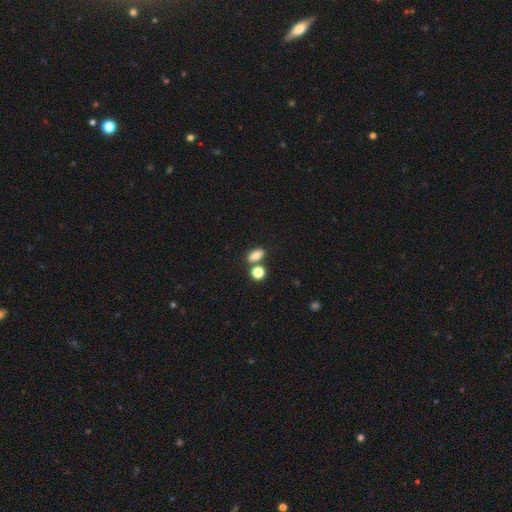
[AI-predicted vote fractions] Overall: smooth (79%). How rounded: in between (80%). Merging: none (66%).